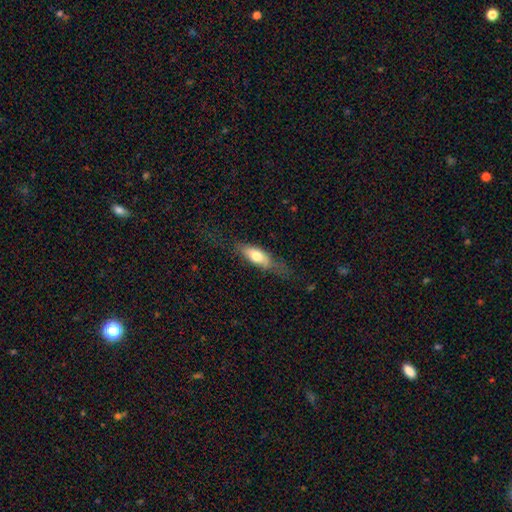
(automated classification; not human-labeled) Smooth or featured: smooth — 69% (featured or disk — 25%)
How rounded: in between — 68% (cigar-shaped — 29%)
Merging: none — 46% (minor disturbance — 32%)